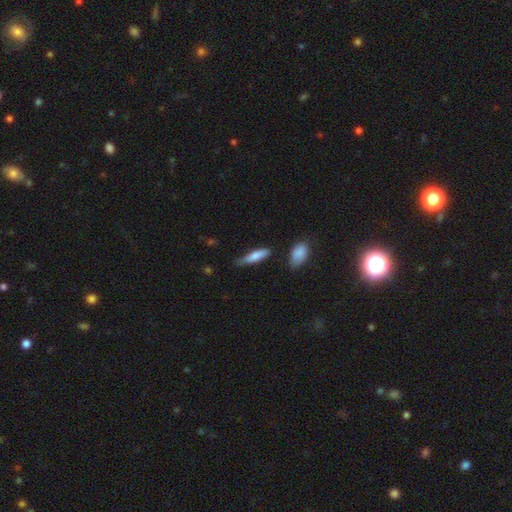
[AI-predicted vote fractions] Q: Smooth or featured?
A: smooth (75%); runner-up: featured or disk (19%)
Q: How rounded?
A: cigar-shaped (68%); runner-up: in between (30%)
Q: Merging?
A: none (61%); runner-up: minor disturbance (29%)